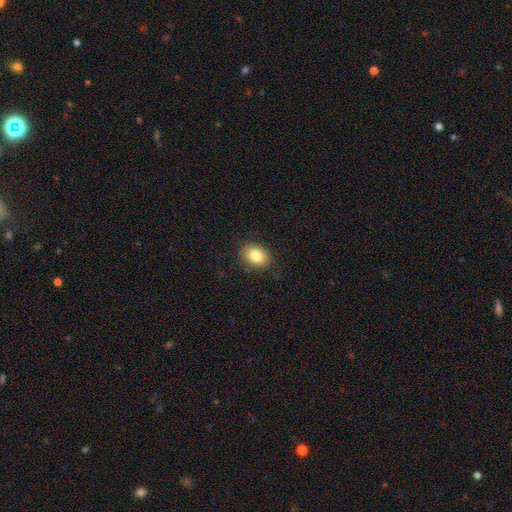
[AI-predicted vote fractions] Smooth or featured? Predicted: smooth (p=0.83). How rounded? Predicted: in between (p=0.69). Merging? Predicted: none (p=0.87).